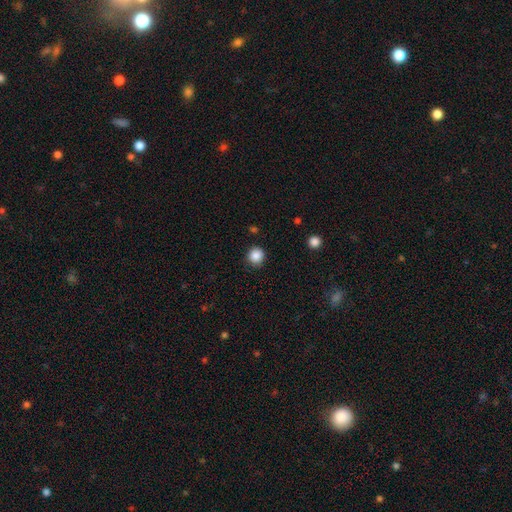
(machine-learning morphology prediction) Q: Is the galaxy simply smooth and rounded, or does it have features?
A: smooth — 86%.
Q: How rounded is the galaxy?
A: round — 93%.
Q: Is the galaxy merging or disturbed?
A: none — 88%.